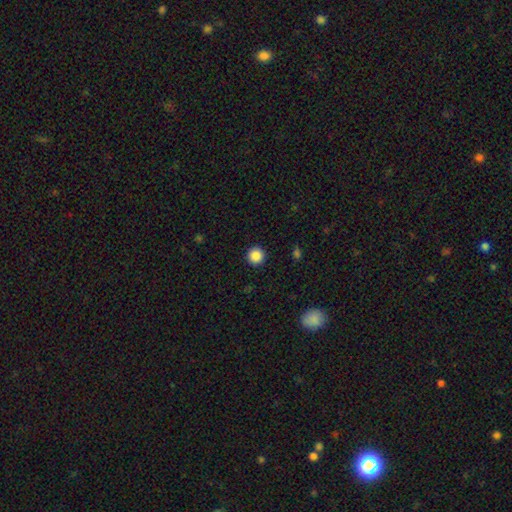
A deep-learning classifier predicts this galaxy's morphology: Smooth or featured: smooth — 87% (star or artifact — 10%)
How rounded: round — 96% (in between — 3%)
Merging: none — 93% (minor disturbance — 4%)